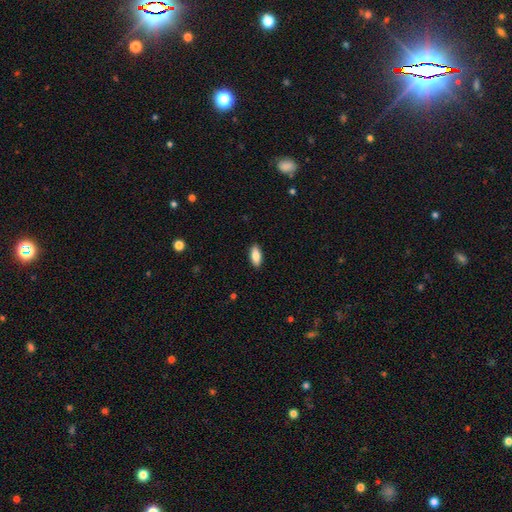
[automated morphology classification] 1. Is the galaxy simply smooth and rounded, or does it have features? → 84% smooth, 10% featured or disk, 6% star or artifact.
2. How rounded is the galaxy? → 83% in between, 15% cigar-shaped, 2% round.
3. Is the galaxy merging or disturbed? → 90% none, 8% minor disturbance, 2% major disturbance, 1% merger.